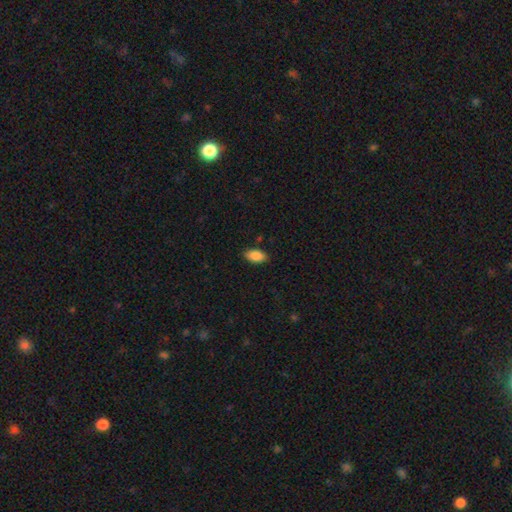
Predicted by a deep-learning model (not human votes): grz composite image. It shows a smooth galaxy with no disk features (87%) that is in between round and cigar-shaped (93%). Merging: none (86%).